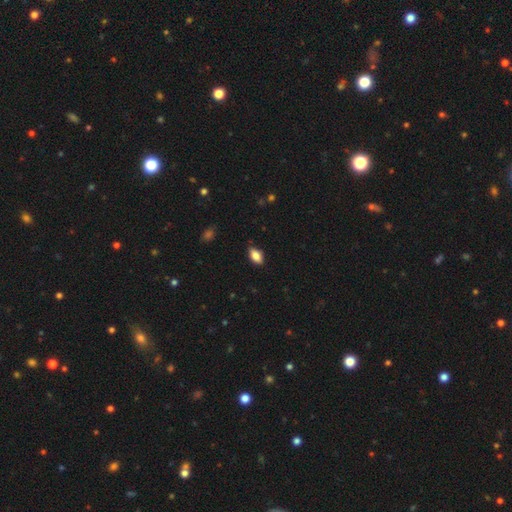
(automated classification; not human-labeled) The model was most divided on "merging": none: 84%, minor disturbance: 13%, major disturbance: 2%, merger: 1%. More confident: how rounded — in between (91%); smooth or featured — smooth (84%).